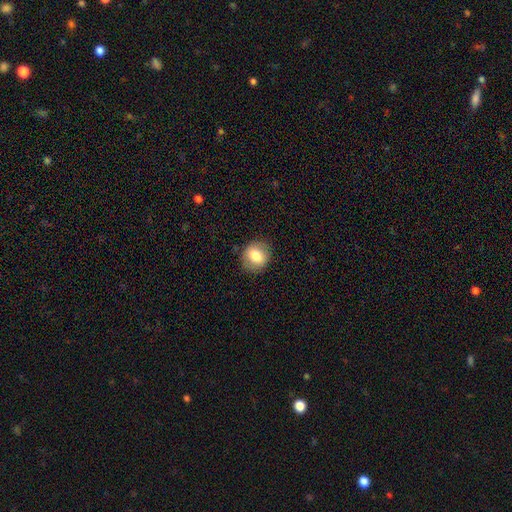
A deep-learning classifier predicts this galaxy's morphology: This appears to be a smooth galaxy with no disk features (77%) that is round (66%). Merging: none (85%).